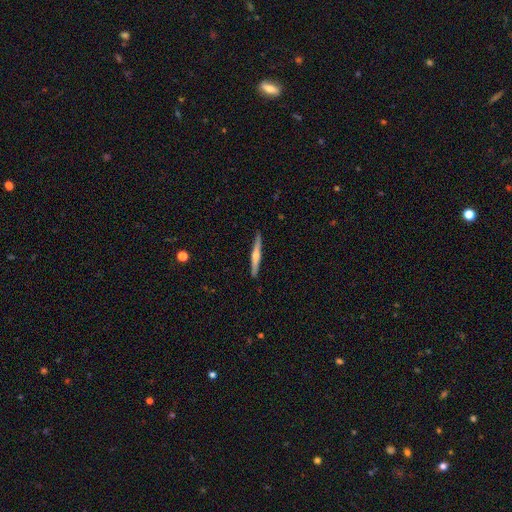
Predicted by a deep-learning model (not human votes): Morphology: type=featured or disk (63%); edge-on=yes (98%); edge-on bulge=rounded (86%); merging=none (91%).